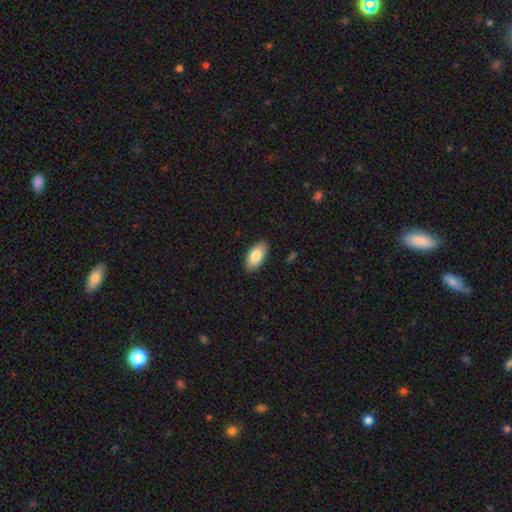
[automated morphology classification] This is clearly a smooth galaxy (83%). How rounded: clearly in between (93%). Merging: clearly none (88%).